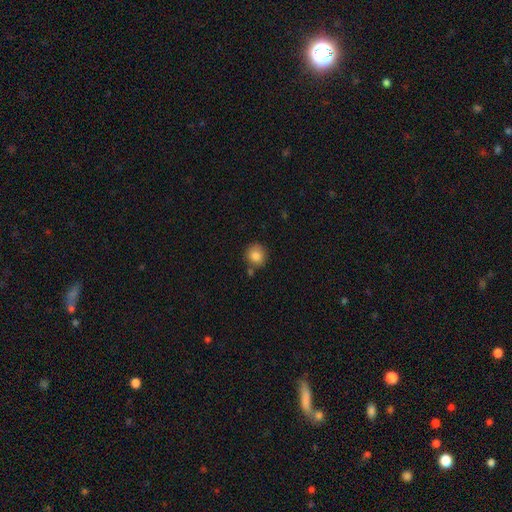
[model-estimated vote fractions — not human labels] Smooth or featured: smooth — 84% (star or artifact — 9%)
How rounded: round — 87% (in between — 12%)
Merging: none — 76% (minor disturbance — 12%)